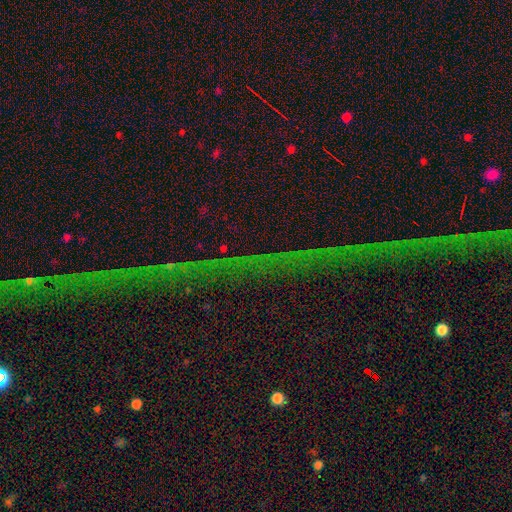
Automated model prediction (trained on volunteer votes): Smooth or featured?
  - star or artifact: 83% *
  - featured or disk: 10%
  - smooth: 7%